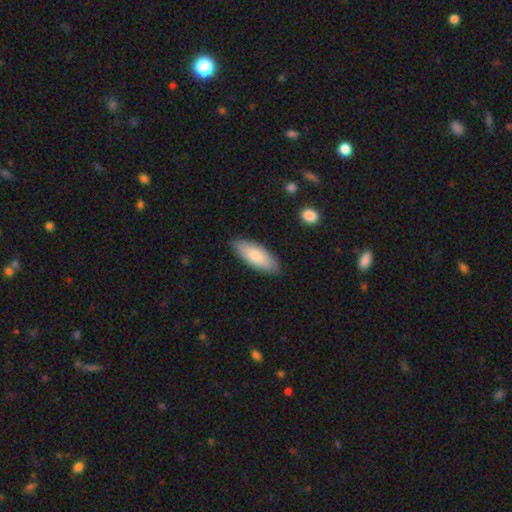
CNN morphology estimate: The model was most divided on "how rounded": in between: 73%, cigar-shaped: 25%, round: 2%. More confident: merging — none (85%); smooth or featured — smooth (81%).